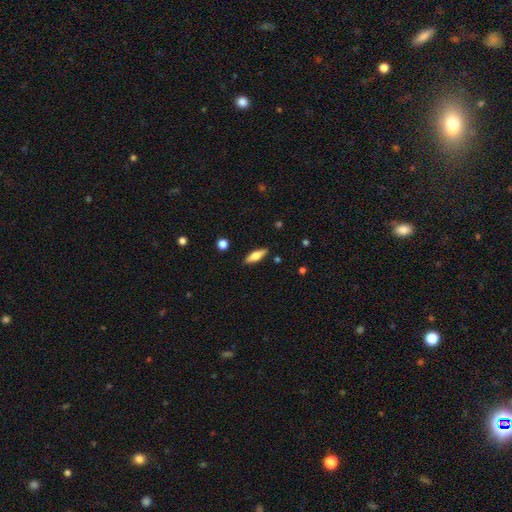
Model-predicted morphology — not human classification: Smooth or featured?
  - smooth: 55% *
  - featured or disk: 38%
  - star or artifact: 6%
How rounded?
  - in between: 53% *
  - cigar-shaped: 44%
  - round: 3%
Merging?
  - none: 87% *
  - minor disturbance: 9%
  - major disturbance: 2%
  - merger: 2%